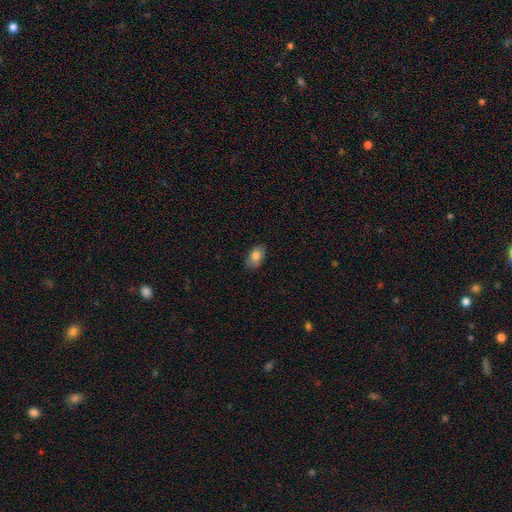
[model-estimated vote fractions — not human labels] A smooth galaxy with no disk features (80%) that is in between round and cigar-shaped (91%). Merging: none (83%).